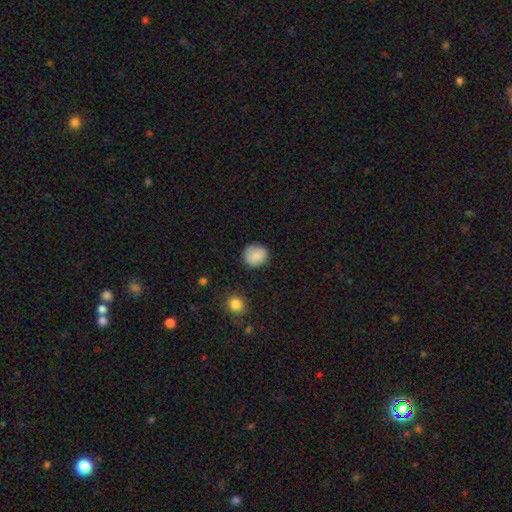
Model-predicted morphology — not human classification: Q: Smooth or featured?
A: smooth (84%); runner-up: featured or disk (8%)
Q: How rounded?
A: round (87%); runner-up: in between (12%)
Q: Merging?
A: none (85%); runner-up: minor disturbance (11%)